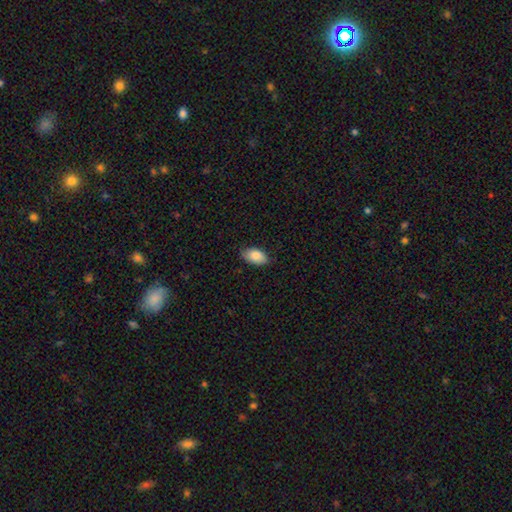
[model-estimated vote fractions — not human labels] smooth_or_featured: smooth (p=0.86) [alt: featured or disk p=0.07]
how_rounded: in between (p=0.94) [alt: round p=0.05]
merging: none (p=0.81) [alt: minor disturbance p=0.15]